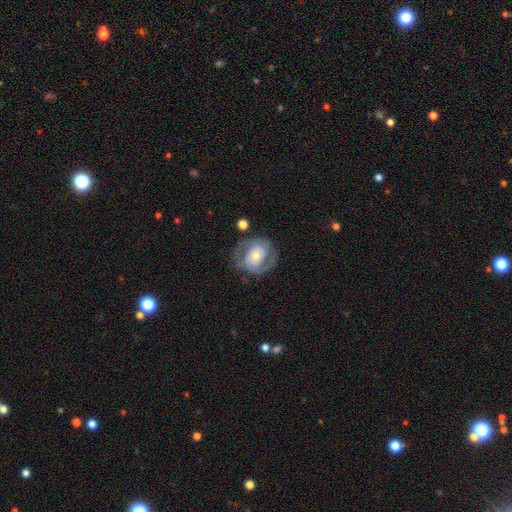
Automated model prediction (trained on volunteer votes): A featured or disk galaxy (71%) with no bar (58%), 2 (78%) medium (44%) spiral arms (77%) and a moderate central bulge (56%).

Vote fractions:
- Smooth or featured? featured or disk: 71% / smooth: 23% / star or artifact: 6%
- Edge-on disk? no: 97% / yes: 3%
- Bar? no: 58% / weak: 29% / strong: 13%
- Spiral arms? yes: 77% / no: 23%
- Spiral winding? medium: 44% / tight: 39% / loose: 17%
- Spiral arm count? 2: 78% / can't tell: 13% / 1: 4% / 3: 3% / 4: 1% / more than 4: 1%
- Bulge size? moderate: 56% / small: 35% / large: 7% / none: 1% / dominant: 1%
- Merging? none: 70% / minor disturbance: 16% / major disturbance: 12% / merger: 3%